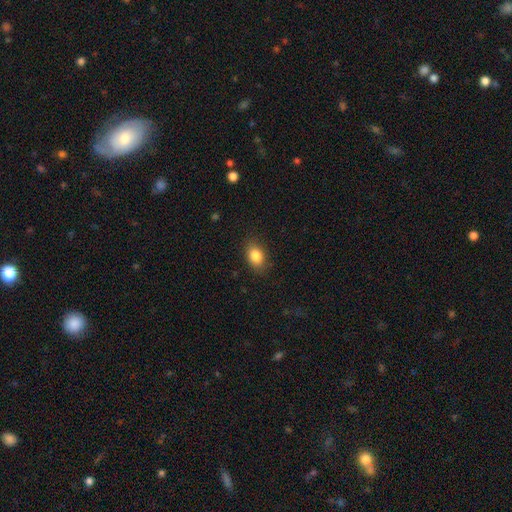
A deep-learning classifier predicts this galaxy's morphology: smooth_or_featured: smooth (p=0.85) [alt: star or artifact p=0.09]
how_rounded: in between (p=0.80) [alt: round p=0.19]
merging: none (p=0.84) [alt: minor disturbance p=0.12]